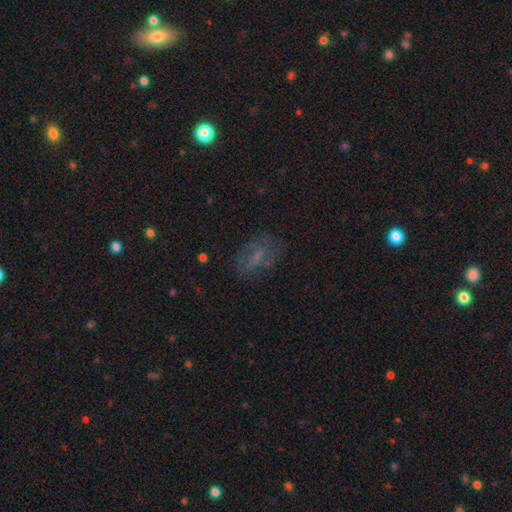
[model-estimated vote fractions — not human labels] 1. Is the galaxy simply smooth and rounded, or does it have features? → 43% smooth, 37% featured or disk, 21% star or artifact.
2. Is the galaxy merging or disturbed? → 63% none, 19% minor disturbance, 16% major disturbance, 2% merger.